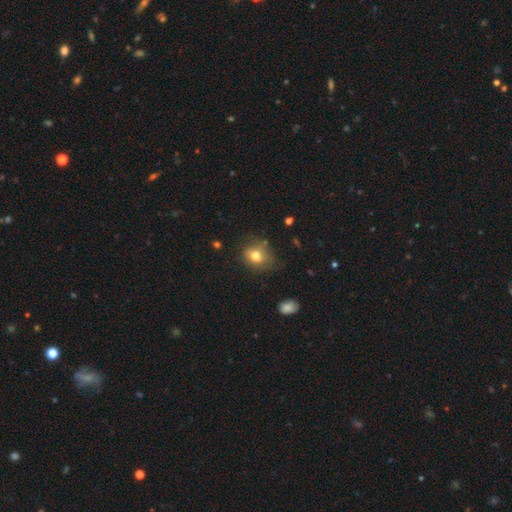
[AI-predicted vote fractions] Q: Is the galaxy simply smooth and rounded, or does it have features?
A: smooth — 77%.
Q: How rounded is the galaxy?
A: round — 51%.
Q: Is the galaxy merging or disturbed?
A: none — 65%.